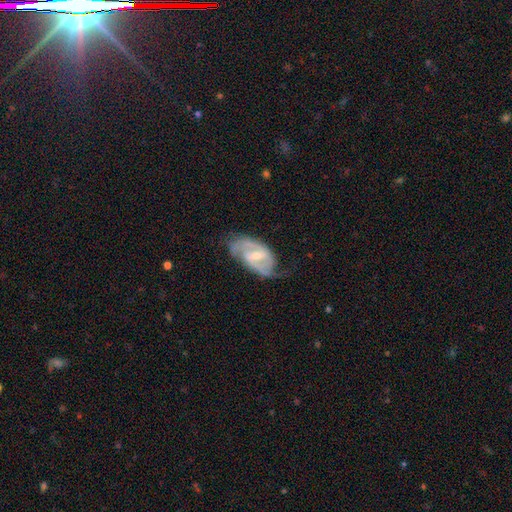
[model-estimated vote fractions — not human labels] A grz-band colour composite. It shows a featured or disk galaxy (87%) with a weak bar (50%), 2 (86%) medium (50%) spiral arms (95%) and a small central bulge (50%). Merging: none (66%).